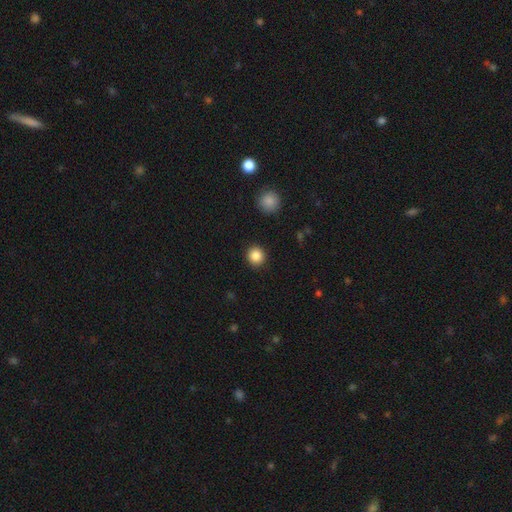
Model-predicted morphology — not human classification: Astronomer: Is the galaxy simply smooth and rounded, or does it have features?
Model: smooth — 85%.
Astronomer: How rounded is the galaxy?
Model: round — 93%.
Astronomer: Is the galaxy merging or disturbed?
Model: none — 92%.